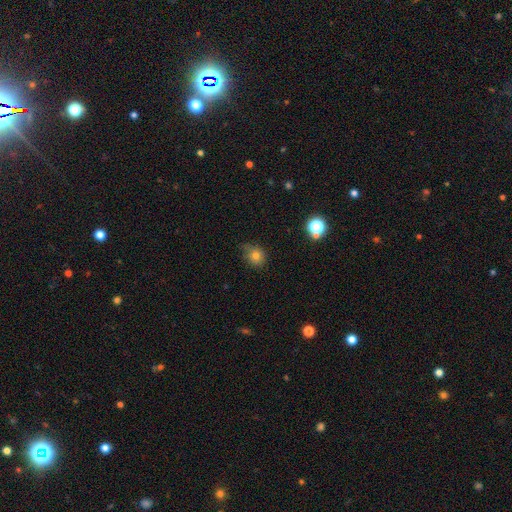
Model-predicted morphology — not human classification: Smooth or featured? smooth (76%)
How rounded? round (71%)
Merging? none (66%)